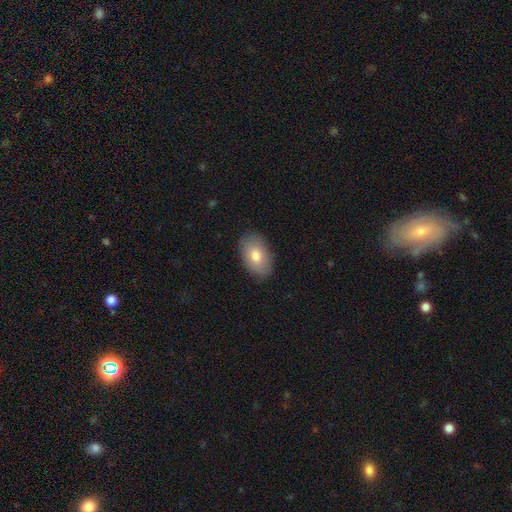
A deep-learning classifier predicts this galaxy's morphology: Q: Smooth or featured?
A: smooth (79%); runner-up: featured or disk (14%)
Q: How rounded?
A: in between (91%); runner-up: round (7%)
Q: Merging?
A: none (87%); runner-up: minor disturbance (10%)